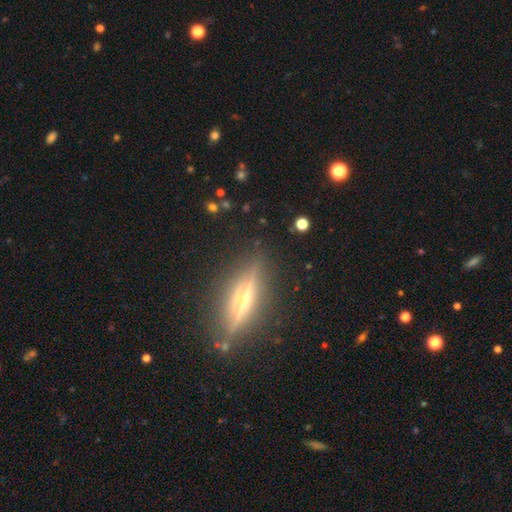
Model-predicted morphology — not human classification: A featured or disk galaxy (67%) viewed edge-on (92%) with a rounded central bulge (81%).

Vote fractions:
- Smooth or featured? featured or disk: 67% / smooth: 24% / star or artifact: 9%
- Edge-on disk? yes: 92% / no: 8%
- Edge-on bulge? rounded: 81% / none: 11% / boxy: 8%
- Merging? none: 82% / minor disturbance: 12% / major disturbance: 3% / merger: 2%